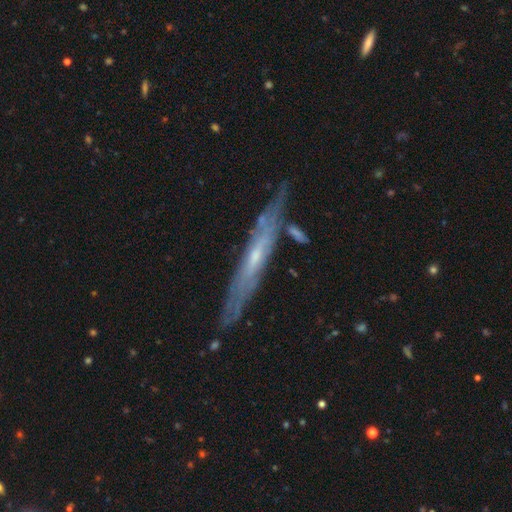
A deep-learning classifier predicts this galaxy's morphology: type=featured or disk (74%); edge-on=yes (76%); edge-on bulge=none (50%); merging=none (78%).